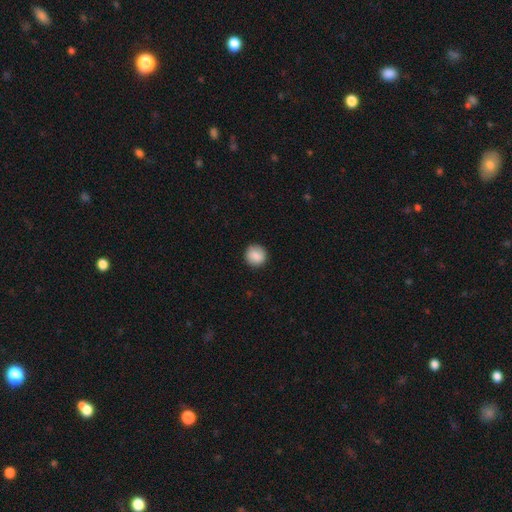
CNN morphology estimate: Smooth or featured: smooth — 88% (star or artifact — 7%)
How rounded: round — 93% (in between — 6%)
Merging: none — 90% (minor disturbance — 7%)